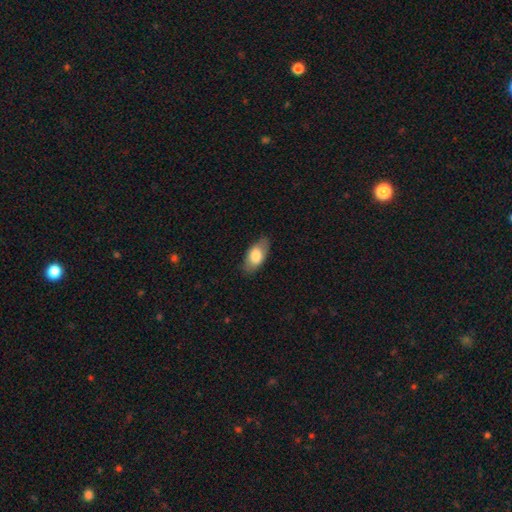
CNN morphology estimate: Smooth or featured?
  - smooth: 75% *
  - featured or disk: 19%
  - star or artifact: 6%
How rounded?
  - in between: 92% *
  - cigar-shaped: 5%
  - round: 3%
Merging?
  - none: 82% *
  - minor disturbance: 14%
  - major disturbance: 3%
  - merger: 1%